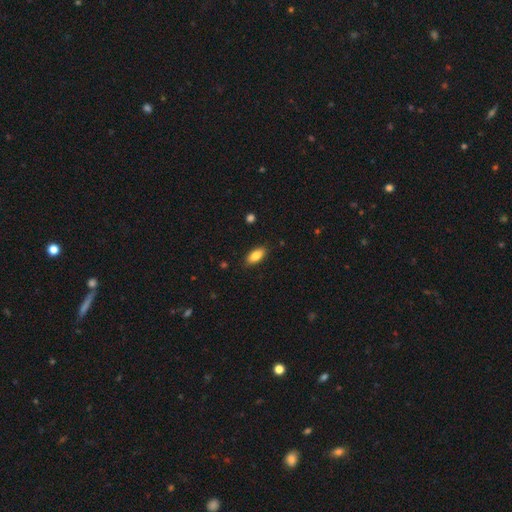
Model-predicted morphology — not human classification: Overall: smooth (83%). How rounded: in between (86%). Merging: none (87%).